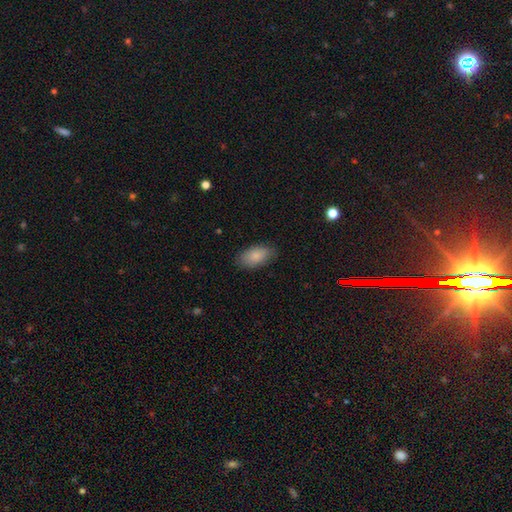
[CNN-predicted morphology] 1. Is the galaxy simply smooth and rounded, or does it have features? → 86% smooth, 8% featured or disk, 6% star or artifact.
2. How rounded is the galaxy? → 93% in between, 3% cigar-shaped, 3% round.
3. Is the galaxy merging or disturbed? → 83% none, 13% minor disturbance, 3% major disturbance, 1% merger.